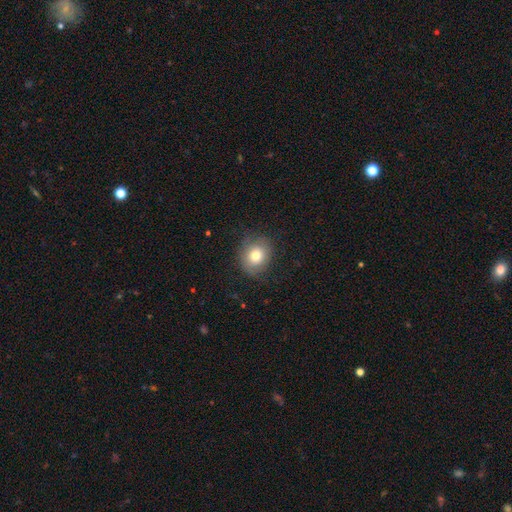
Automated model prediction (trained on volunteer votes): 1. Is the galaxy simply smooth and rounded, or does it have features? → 76% smooth, 15% featured or disk, 10% star or artifact.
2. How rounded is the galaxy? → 70% round, 29% in between, 1% cigar-shaped.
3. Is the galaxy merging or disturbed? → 76% none, 18% minor disturbance, 6% major disturbance, 1% merger.